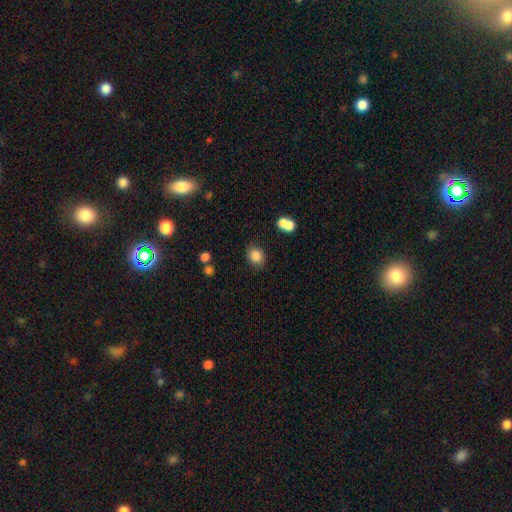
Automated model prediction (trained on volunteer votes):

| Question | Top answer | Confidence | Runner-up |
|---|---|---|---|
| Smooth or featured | smooth | 84% | star or artifact (10%) |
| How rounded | round | 61% | in between (38%) |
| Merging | none | 77% | minor disturbance (13%) |